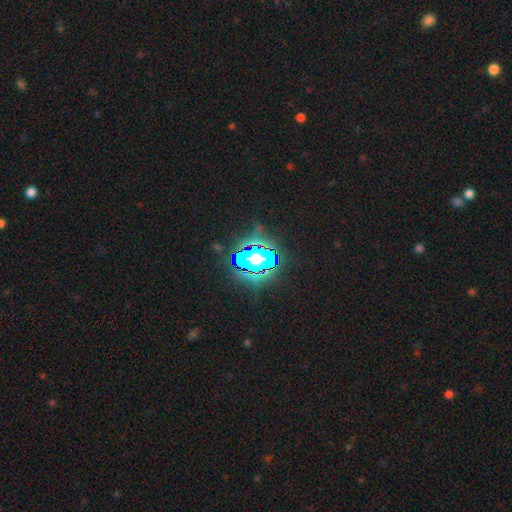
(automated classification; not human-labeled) Overall: star or artifact (65%).